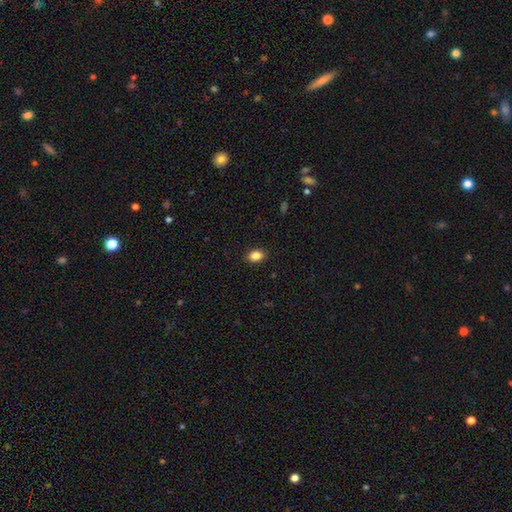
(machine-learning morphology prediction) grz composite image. It shows a smooth galaxy with no disk features (86%) that is in between round and cigar-shaped (78%). Merging: none (89%).